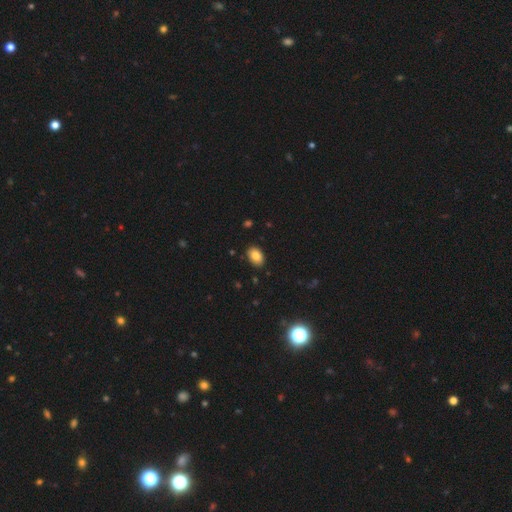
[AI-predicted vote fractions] smooth 85%, star or artifact 9%, featured or disk 7%. Down the decision tree: how rounded — in between (87%); merging — none (88%).